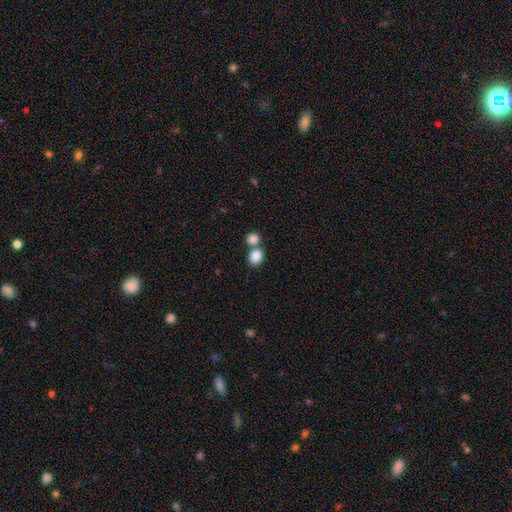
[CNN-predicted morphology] A smooth galaxy with no disk features (85%) that is round (62%).

Vote fractions:
- Smooth or featured? smooth: 85% / star or artifact: 9% / featured or disk: 6%
- How rounded? round: 62% / in between: 37% / cigar-shaped: 1%
- Merging? none: 51% / merger: 39% / minor disturbance: 7% / major disturbance: 3%